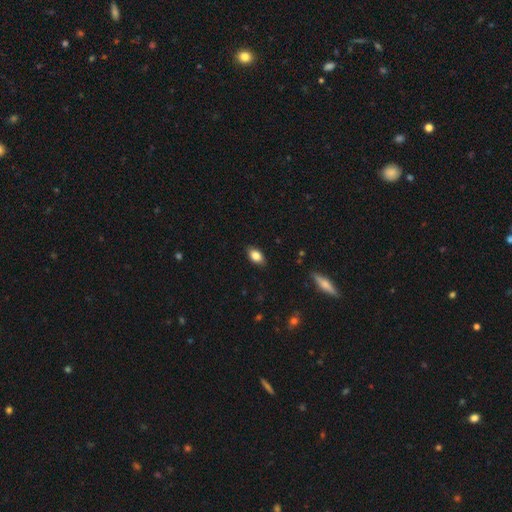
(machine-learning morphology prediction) Smooth or featured?
  - smooth: 83% *
  - featured or disk: 9%
  - star or artifact: 8%
How rounded?
  - in between: 89% *
  - round: 8%
  - cigar-shaped: 3%
Merging?
  - none: 85% *
  - minor disturbance: 11%
  - major disturbance: 2%
  - merger: 1%